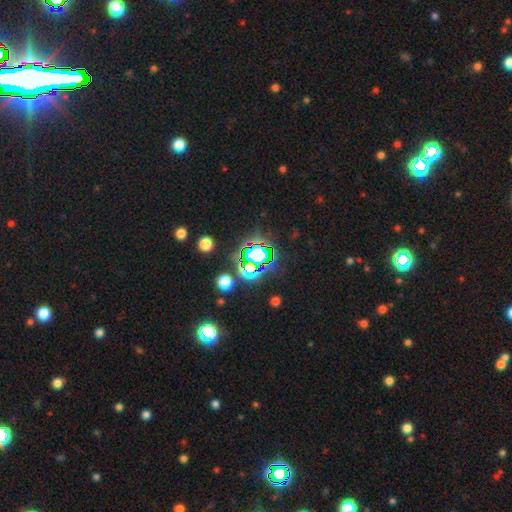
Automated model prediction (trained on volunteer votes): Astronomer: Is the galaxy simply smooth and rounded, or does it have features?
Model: star or artifact — 77%.